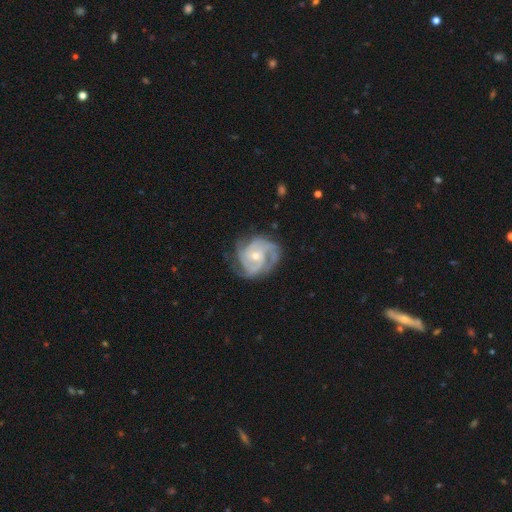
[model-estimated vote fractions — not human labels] Smooth or featured?
  - featured or disk: 89% *
  - smooth: 6%
  - star or artifact: 5%
Edge-on disk?
  - no: 98% *
  - yes: 2%
Bar?
  - no: 67% *
  - weak: 28%
  - strong: 6%
Spiral arms?
  - yes: 97% *
  - no: 3%
Spiral winding?
  - tight: 56% *
  - medium: 37%
  - loose: 7%
Spiral arm count?
  - 3: 48% *
  - 2: 19%
  - can't tell: 13%
  - 4: 11%
  - 1: 5%
  - more than 4: 4%
Bulge size?
  - small: 51% *
  - moderate: 46%
  - large: 1%
  - none: 1%
  - dominant: 1%
Merging?
  - none: 69% *
  - minor disturbance: 20%
  - major disturbance: 9%
  - merger: 1%